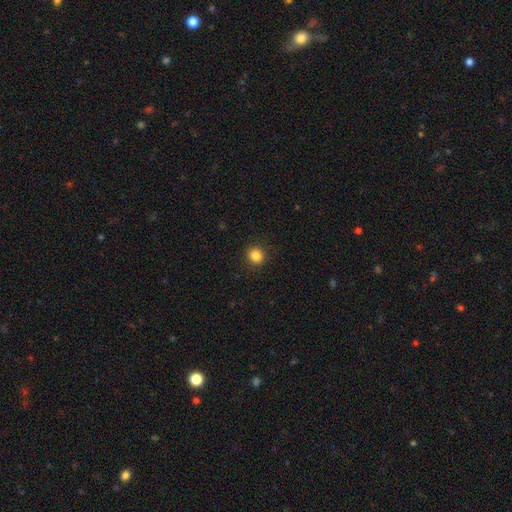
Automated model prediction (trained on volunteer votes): smooth_or_featured: smooth (p=0.85) [alt: star or artifact p=0.11]
how_rounded: round (p=0.87) [alt: in between p=0.12]
merging: none (p=0.91) [alt: minor disturbance p=0.06]